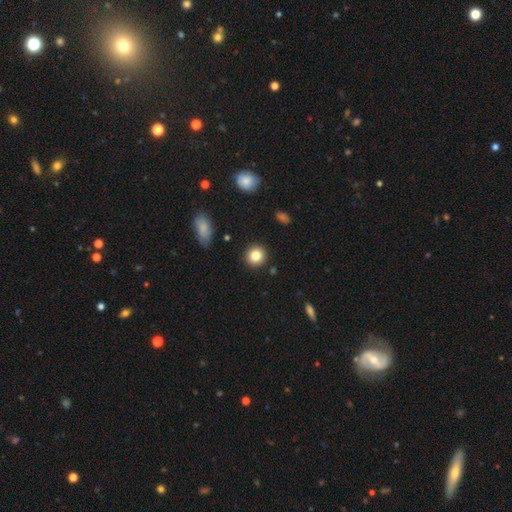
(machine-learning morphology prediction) Smooth or featured? Predicted: smooth (p=0.83). How rounded? Predicted: round (p=0.90). Merging? Predicted: none (p=0.90).